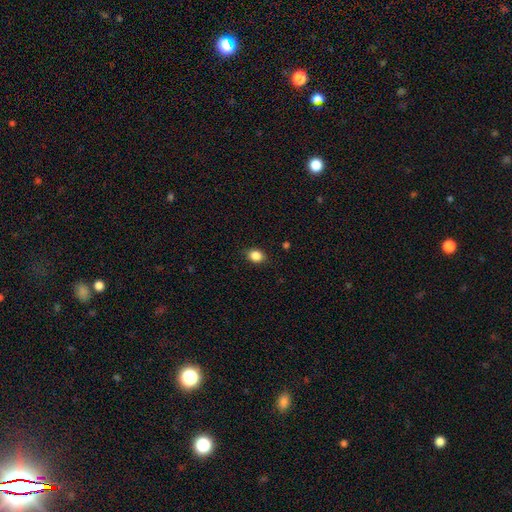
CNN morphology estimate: Smooth or featured: smooth — 86% (star or artifact — 10%)
How rounded: round — 51% (in between — 48%)
Merging: none — 87% (minor disturbance — 10%)